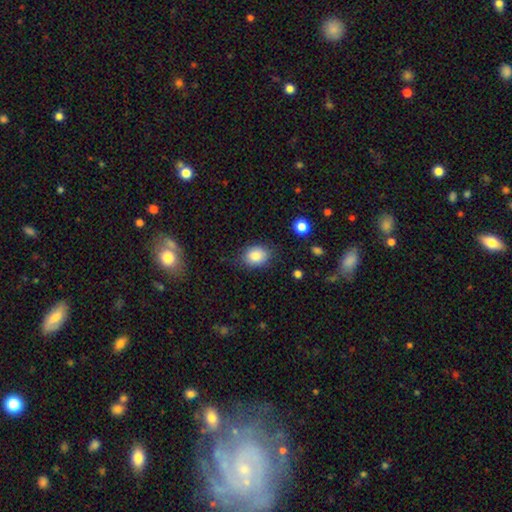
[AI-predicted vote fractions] A smooth galaxy with no disk features (84%) that is in between round and cigar-shaped (55%). Merging: none (77%).